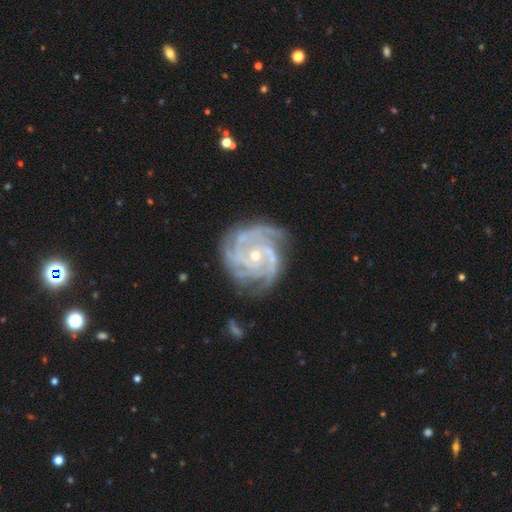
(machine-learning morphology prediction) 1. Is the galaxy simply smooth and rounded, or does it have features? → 91% featured or disk, 5% star or artifact, 4% smooth.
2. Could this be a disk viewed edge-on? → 98% no, 2% yes.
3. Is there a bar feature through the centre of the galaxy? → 72% no, 21% weak, 7% strong.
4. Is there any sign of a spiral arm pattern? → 98% yes, 2% no.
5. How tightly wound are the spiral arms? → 68% tight, 28% medium, 4% loose.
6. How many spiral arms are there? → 29% 4, 28% 3, 15% can't tell, 11% 2, 10% more than 4, 7% 1.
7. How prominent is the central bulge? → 66% small, 31% moderate, 1% none, 1% large, 1% dominant.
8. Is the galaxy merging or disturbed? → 72% none, 19% minor disturbance, 7% major disturbance, 2% merger.